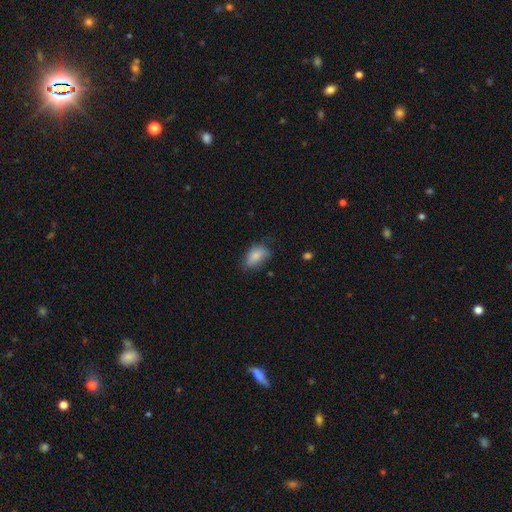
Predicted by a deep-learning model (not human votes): This appears to be a smooth galaxy with no disk features (82%) that is in between round and cigar-shaped (90%). Merging: none (57%).